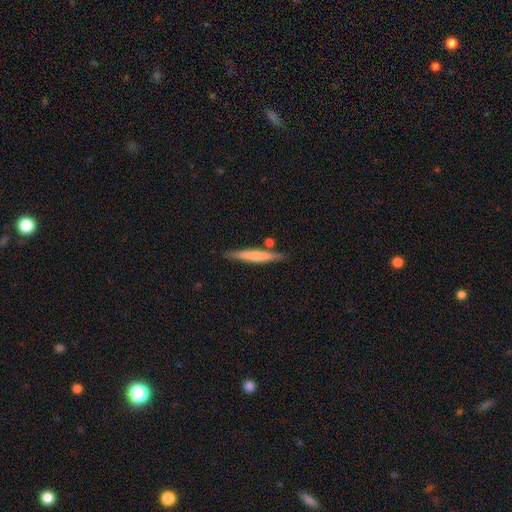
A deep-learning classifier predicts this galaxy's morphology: smooth 59%, featured or disk 35%, star or artifact 6%. Down the decision tree: how rounded — cigar-shaped (95%); merging — none (80%).